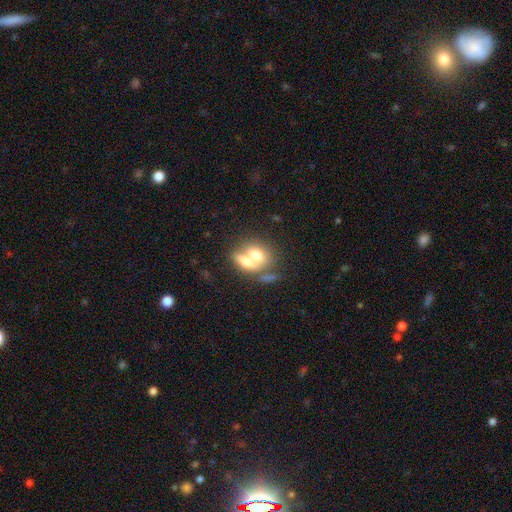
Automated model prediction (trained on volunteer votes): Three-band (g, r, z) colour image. It shows a smooth galaxy with no disk features (66%) that is in between round and cigar-shaped (64%). Merging: merger (68%).